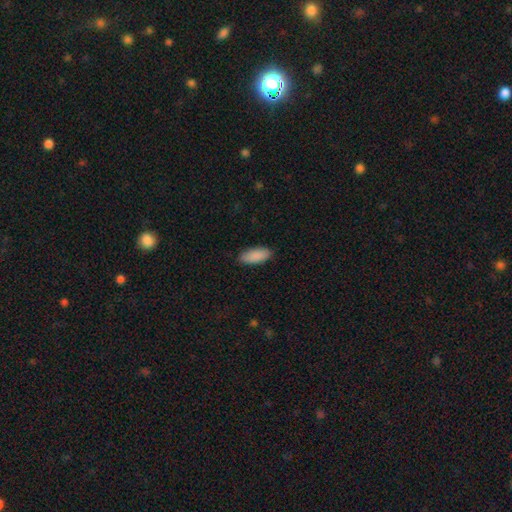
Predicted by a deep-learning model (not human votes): smooth_or_featured: smooth (p=0.90) [alt: star or artifact p=0.06]
how_rounded: in between (p=0.83) [alt: cigar-shaped p=0.16]
merging: none (p=0.88) [alt: minor disturbance p=0.09]